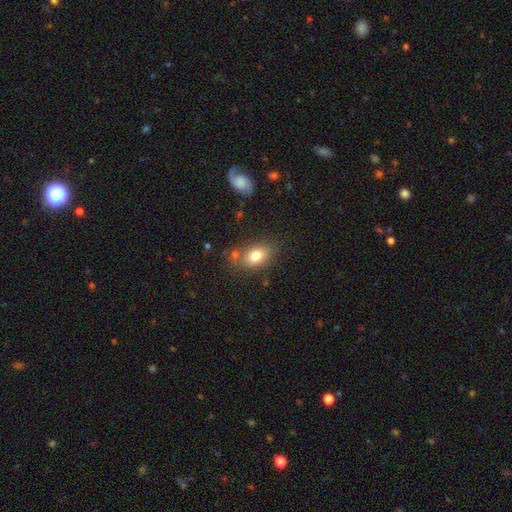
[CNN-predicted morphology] Overall: smooth (81%). How rounded: in between (81%). Merging: none (67%).